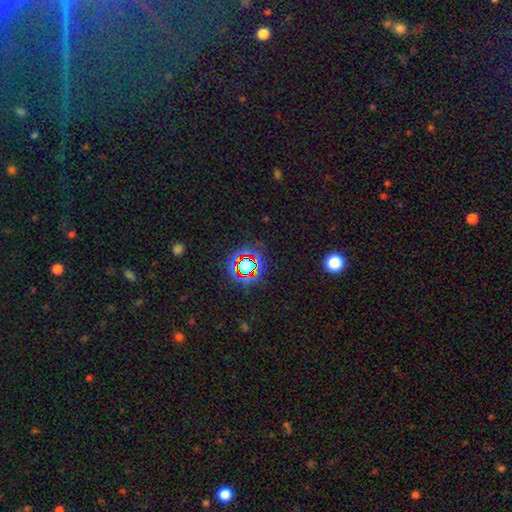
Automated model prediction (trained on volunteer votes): smooth-or-featured: star or artifact: 75% | smooth: 14% | featured or disk: 10%